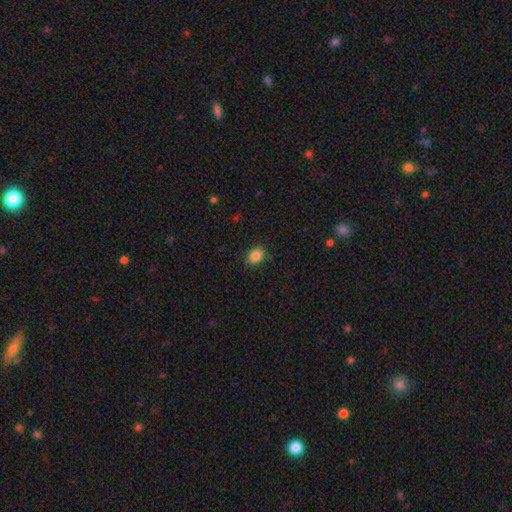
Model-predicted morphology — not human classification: smooth-or-featured: smooth: 86% | star or artifact: 10% | featured or disk: 5%
  how-rounded: in between: 63% | round: 36% | cigar-shaped: 1%
  merging: none: 85% | minor disturbance: 11% | major disturbance: 3% | merger: 1%